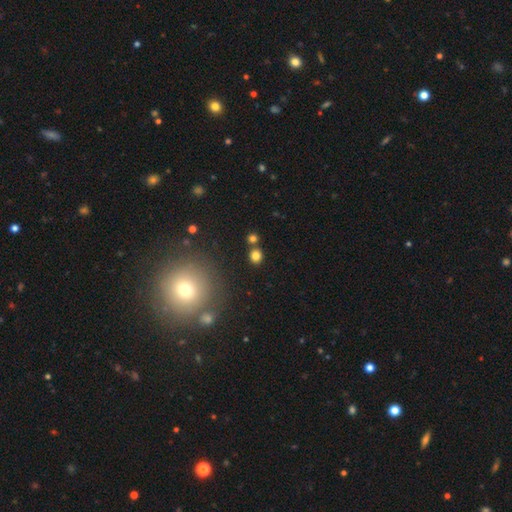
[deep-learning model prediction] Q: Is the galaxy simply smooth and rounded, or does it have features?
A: smooth — 79%.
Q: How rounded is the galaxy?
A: round — 78%.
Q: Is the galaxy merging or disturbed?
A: none — 76%.